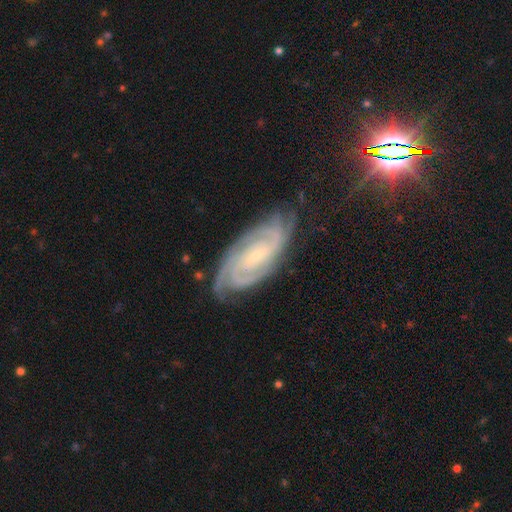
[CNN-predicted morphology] Smooth or featured: featured or disk — 88% (star or artifact — 7%)
Edge-on disk: no — 95% (yes — 5%)
Bar: no — 56% (weak — 31%)
Spiral arms: yes — 98% (no — 2%)
Spiral winding: tight — 76% (medium — 21%)
Spiral arm count: 2 — 24% (3 — 22%)
Bulge size: small — 82% (moderate — 13%)
Merging: none — 76% (minor disturbance — 17%)